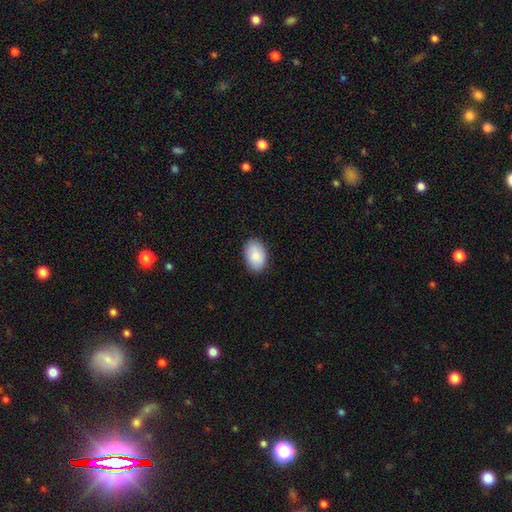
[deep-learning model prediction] Overall: smooth (88%). How rounded: in between (89%). Merging: none (88%).